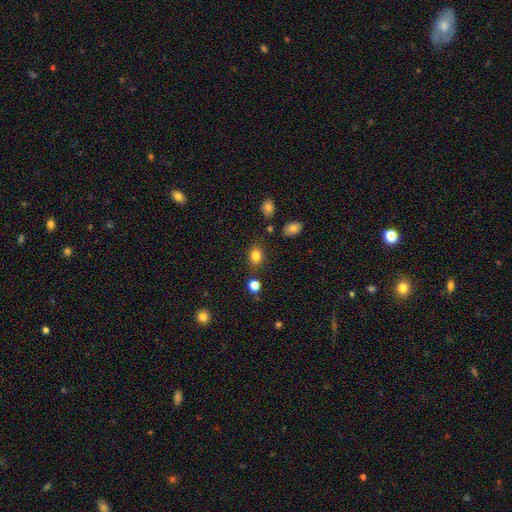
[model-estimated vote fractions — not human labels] smooth 83%, star or artifact 11%, featured or disk 6%. Down the decision tree: how rounded — in between (67%); merging — none (78%).